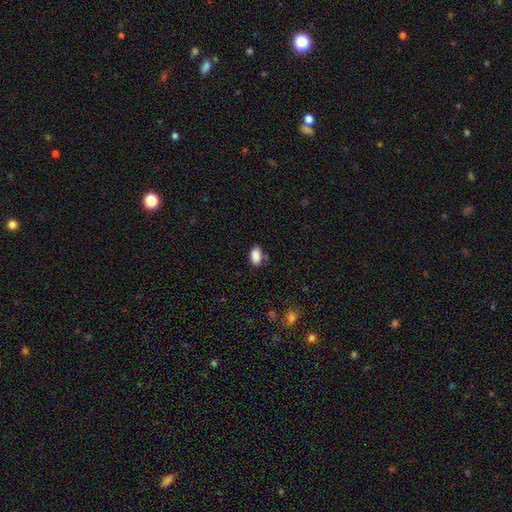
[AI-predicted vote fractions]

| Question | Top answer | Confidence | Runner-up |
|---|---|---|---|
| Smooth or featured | smooth | 88% | star or artifact (8%) |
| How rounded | in between | 90% | round (9%) |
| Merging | none | 73% | minor disturbance (18%) |